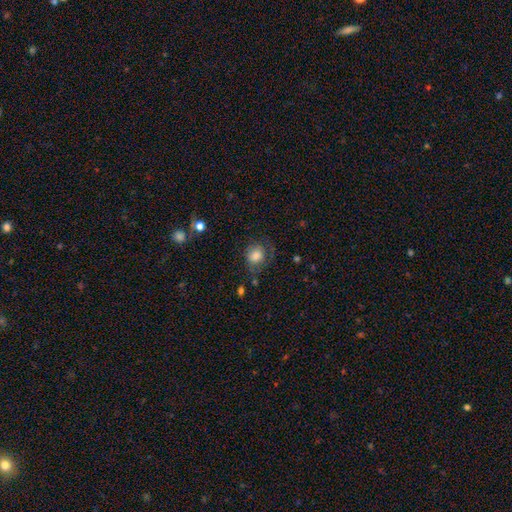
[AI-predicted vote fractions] This appears to be a smooth galaxy with no disk features (78%) that is round (70%). Merging: none (61%).